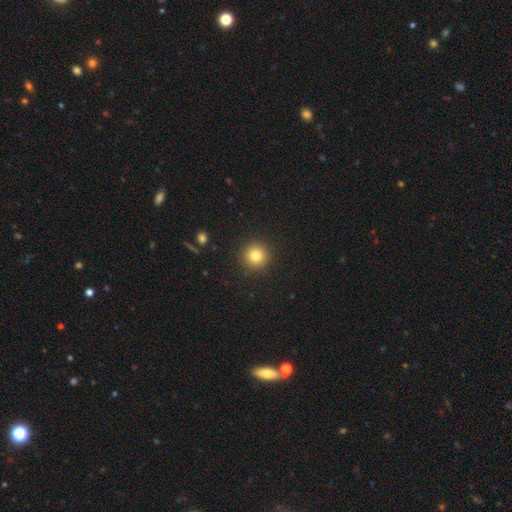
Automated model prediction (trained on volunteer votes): A smooth galaxy with no disk features (81%) that is round (95%).

Vote fractions:
- Smooth or featured? smooth: 81% / star or artifact: 12% / featured or disk: 8%
- How rounded? round: 95% / in between: 4% / cigar-shaped: 1%
- Merging? none: 91% / minor disturbance: 6% / major disturbance: 2% / merger: 1%